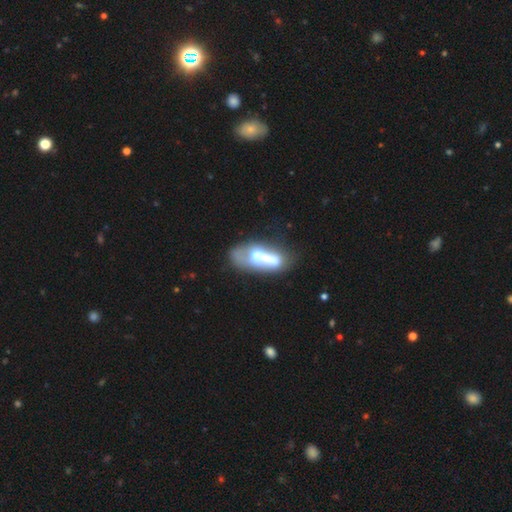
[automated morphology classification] Smooth or featured? featured or disk (51%)
Edge-on disk? no (84%)
Merging? merger (34%)